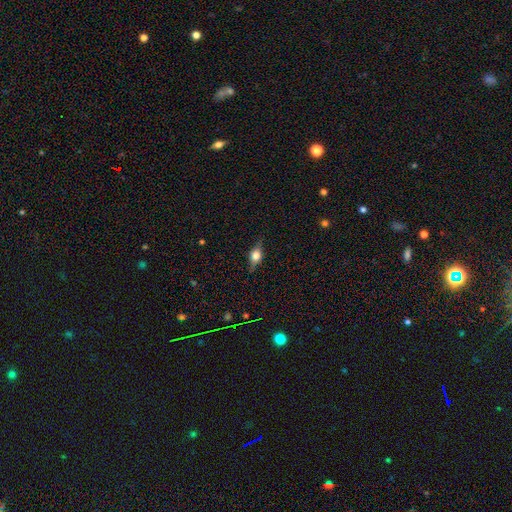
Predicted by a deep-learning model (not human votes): Q: Smooth or featured?
A: featured or disk (53%); runner-up: smooth (37%)
Q: Edge-on disk?
A: yes (93%); runner-up: no (7%)
Q: Merging?
A: none (81%); runner-up: minor disturbance (14%)